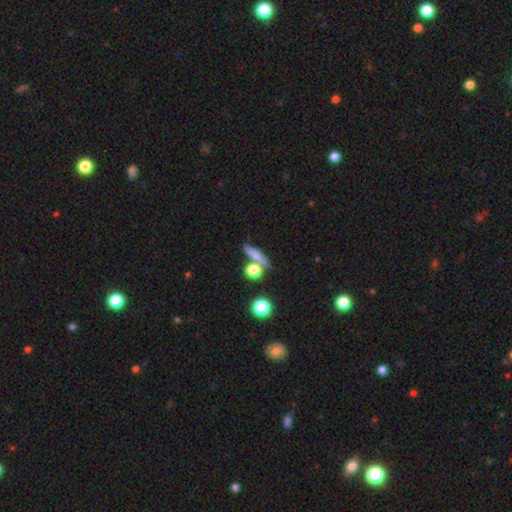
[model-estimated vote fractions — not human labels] Q: Smooth or featured?
A: smooth (74%); runner-up: featured or disk (15%)
Q: How rounded?
A: cigar-shaped (55%); runner-up: in between (24%)
Q: Merging?
A: none (66%); runner-up: merger (18%)